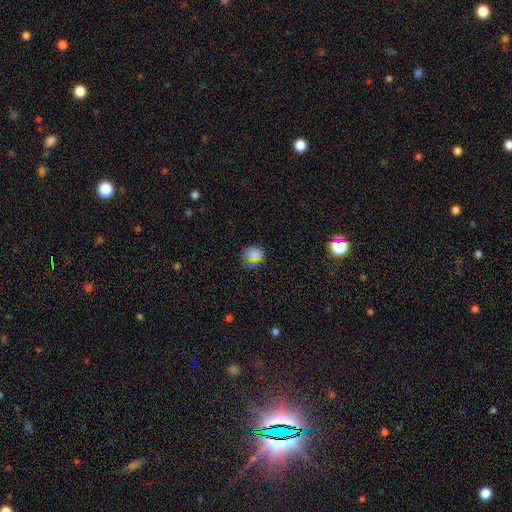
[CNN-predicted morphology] Smooth or featured?
  - smooth: 69% *
  - star or artifact: 25%
  - featured or disk: 5%
How rounded?
  - round: 60% *
  - in between: 37%
  - cigar-shaped: 3%
Merging?
  - none: 82% *
  - minor disturbance: 12%
  - major disturbance: 4%
  - merger: 2%